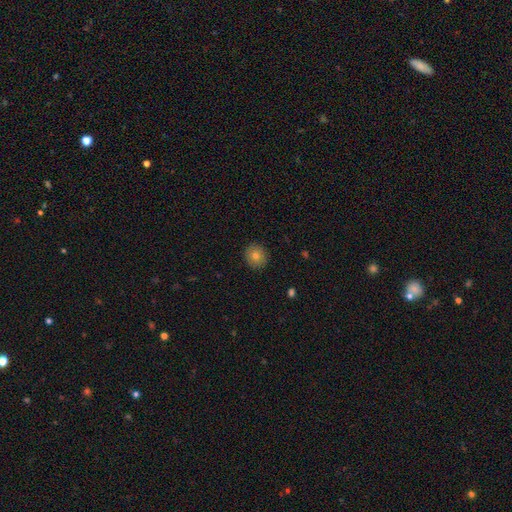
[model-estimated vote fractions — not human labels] This is likely a smooth galaxy (77%). How rounded: clearly round (88%). Merging: clearly none (91%).